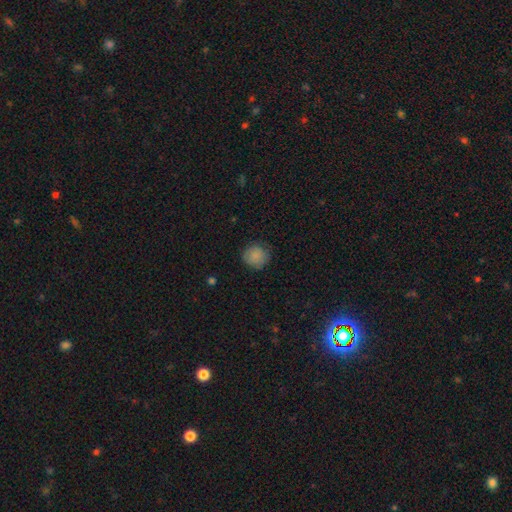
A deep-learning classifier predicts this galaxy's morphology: Q: Smooth or featured?
A: smooth (86%); runner-up: star or artifact (8%)
Q: How rounded?
A: round (89%); runner-up: in between (10%)
Q: Merging?
A: none (82%); runner-up: minor disturbance (14%)